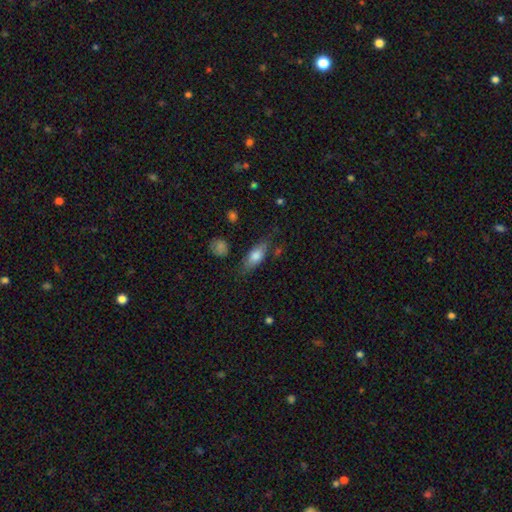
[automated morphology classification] Smooth or featured: smooth — 69% (featured or disk — 24%)
How rounded: in between — 72% (cigar-shaped — 24%)
Merging: none — 66% (minor disturbance — 23%)